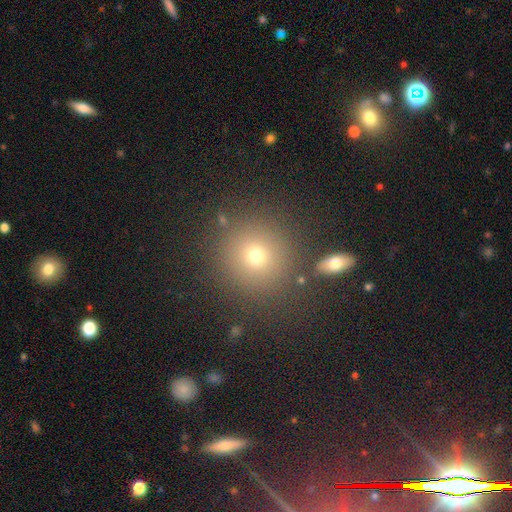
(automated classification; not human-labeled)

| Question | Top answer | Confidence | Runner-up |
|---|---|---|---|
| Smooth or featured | smooth | 68% | star or artifact (22%) |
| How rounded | round | 92% | in between (7%) |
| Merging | none | 85% | minor disturbance (7%) |